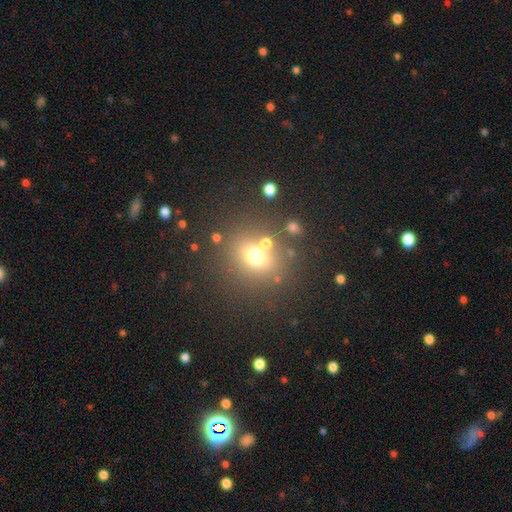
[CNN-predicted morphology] Smooth or featured?
  - smooth: 66% *
  - star or artifact: 20%
  - featured or disk: 14%
How rounded?
  - round: 71% *
  - in between: 28%
  - cigar-shaped: 1%
Merging?
  - none: 67% *
  - merger: 15%
  - minor disturbance: 11%
  - major disturbance: 7%